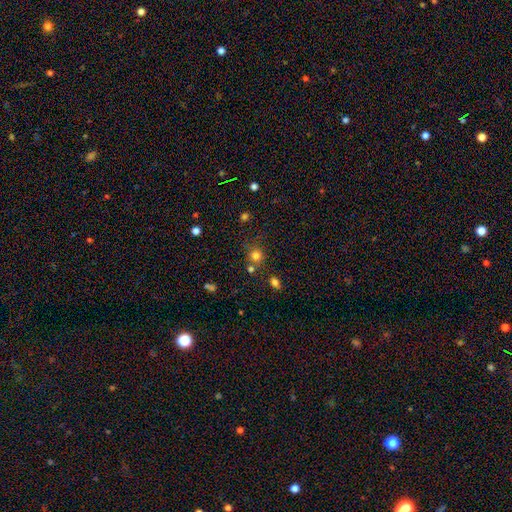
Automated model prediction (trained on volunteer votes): The model was most divided on "merging": none: 66%, merger: 15%, minor disturbance: 13%, major disturbance: 5%. More confident: how rounded — round (85%); smooth or featured — smooth (77%).